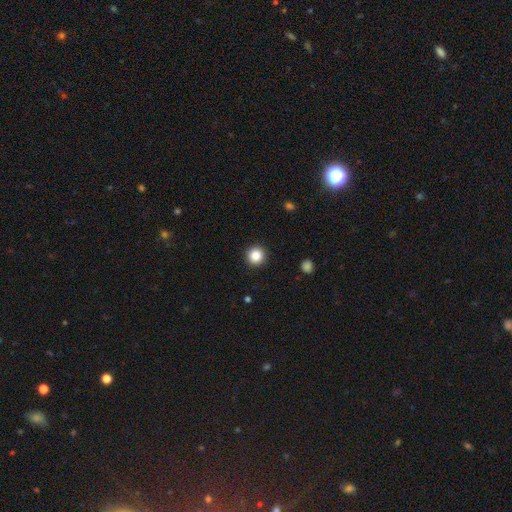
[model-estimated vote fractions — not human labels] Smooth or featured? smooth (86%)
How rounded? round (96%)
Merging? none (93%)